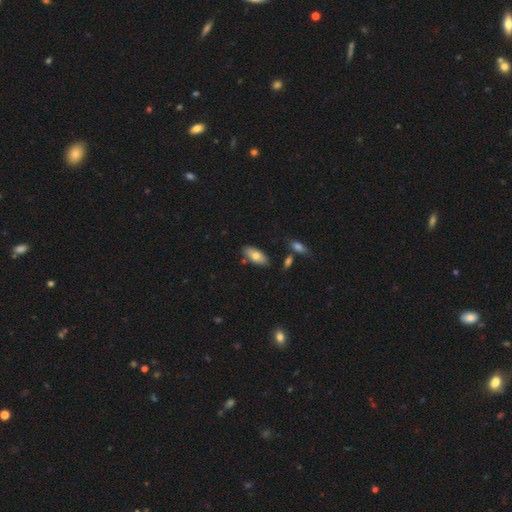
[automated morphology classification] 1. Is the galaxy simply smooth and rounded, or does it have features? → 73% smooth, 21% featured or disk, 7% star or artifact.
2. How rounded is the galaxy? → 89% in between, 8% cigar-shaped, 2% round.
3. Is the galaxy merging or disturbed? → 79% none, 13% minor disturbance, 5% merger, 3% major disturbance.